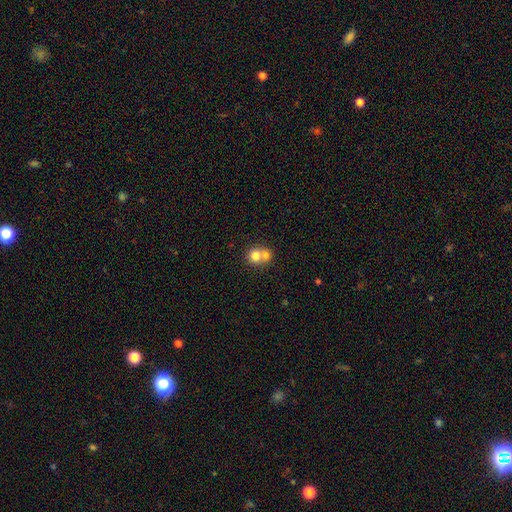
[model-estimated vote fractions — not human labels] smooth 73%, featured or disk 17%, star or artifact 10%. Down the decision tree: how rounded — round (81%); merging — merger (61%).